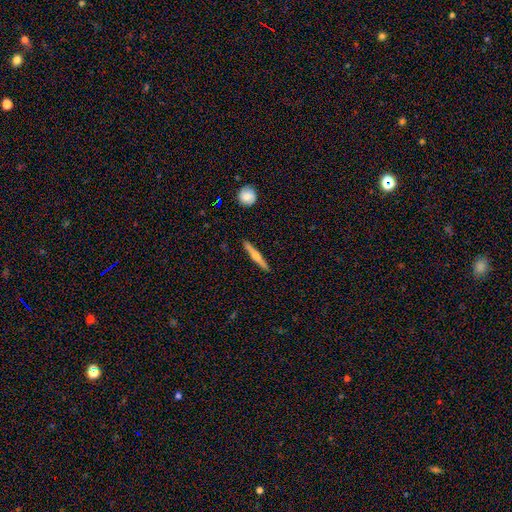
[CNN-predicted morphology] This appears to be a featured or disk galaxy (57%) viewed edge-on (97%) with a rounded central bulge (81%). Merging: none (91%).